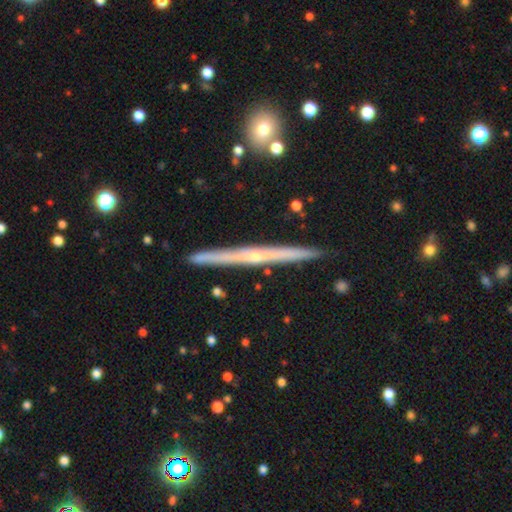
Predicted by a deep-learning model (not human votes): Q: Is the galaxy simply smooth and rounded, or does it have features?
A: featured or disk — 73%.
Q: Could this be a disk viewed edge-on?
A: yes — 98%.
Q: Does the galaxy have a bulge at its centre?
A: rounded — 59%.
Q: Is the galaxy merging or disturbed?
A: none — 91%.